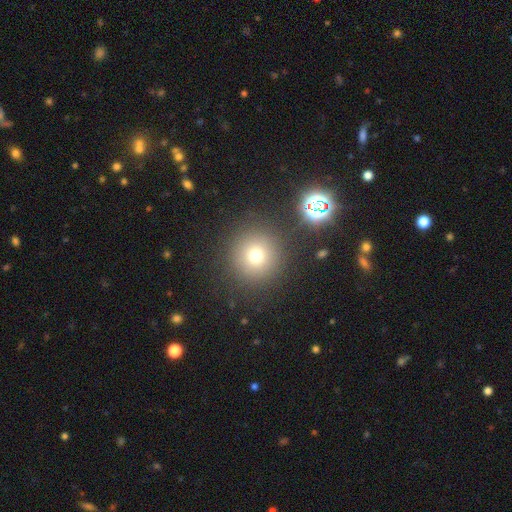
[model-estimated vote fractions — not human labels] This is likely a smooth galaxy (71%). How rounded: clearly round (94%). Merging: clearly none (86%).